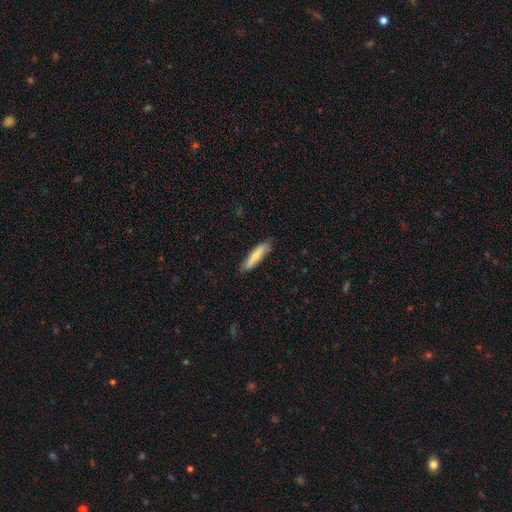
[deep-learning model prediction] Q: Smooth or featured?
A: smooth (72%); runner-up: featured or disk (22%)
Q: How rounded?
A: cigar-shaped (79%); runner-up: in between (20%)
Q: Merging?
A: none (80%); runner-up: minor disturbance (16%)